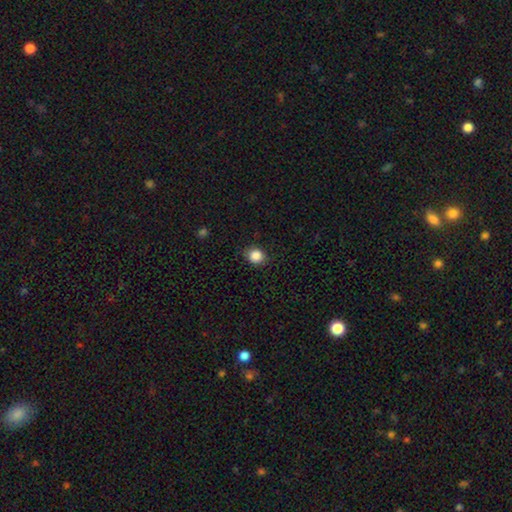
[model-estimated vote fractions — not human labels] Smooth or featured? Predicted: smooth (p=0.86). How rounded? Predicted: round (p=0.76). Merging? Predicted: none (p=0.86).